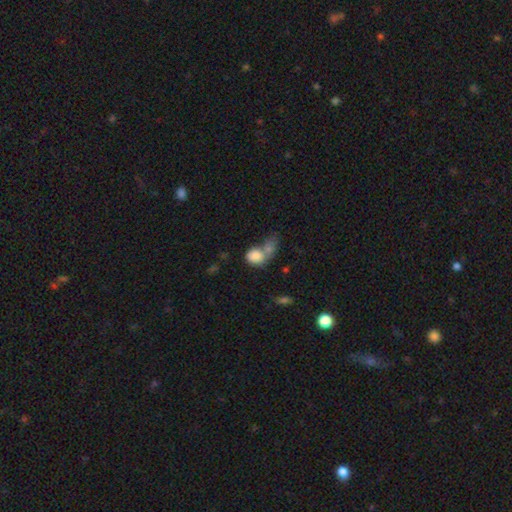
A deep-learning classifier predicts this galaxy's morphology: This appears to be a smooth galaxy with no disk features (83%) that is in between round and cigar-shaped (51%). Merging: merger (58%).